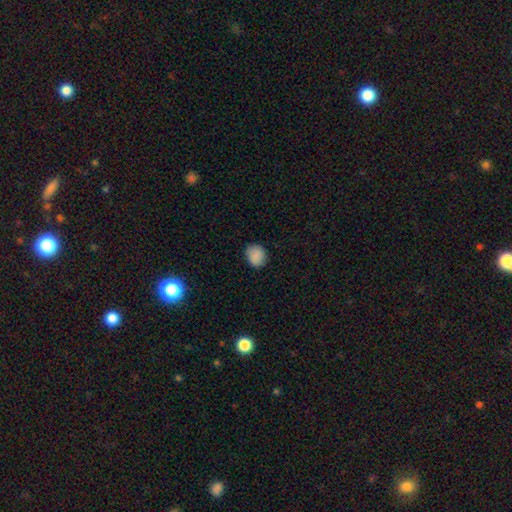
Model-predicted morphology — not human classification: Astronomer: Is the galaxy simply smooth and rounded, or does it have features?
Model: smooth — 87%.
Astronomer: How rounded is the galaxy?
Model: round — 65%.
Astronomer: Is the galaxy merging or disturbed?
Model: none — 84%.